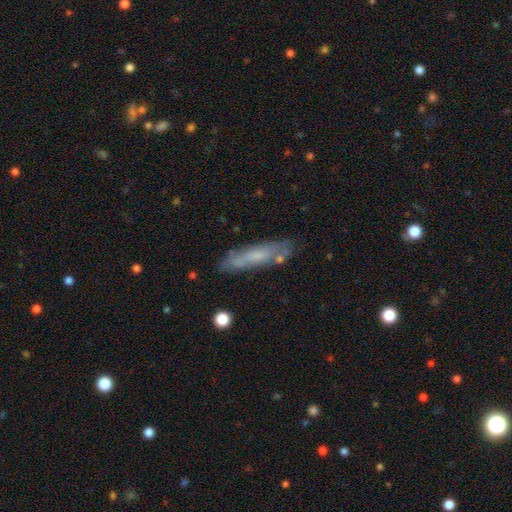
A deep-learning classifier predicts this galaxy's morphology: Smooth or featured? Predicted: smooth (p=0.50). Merging? Predicted: none (p=0.76).